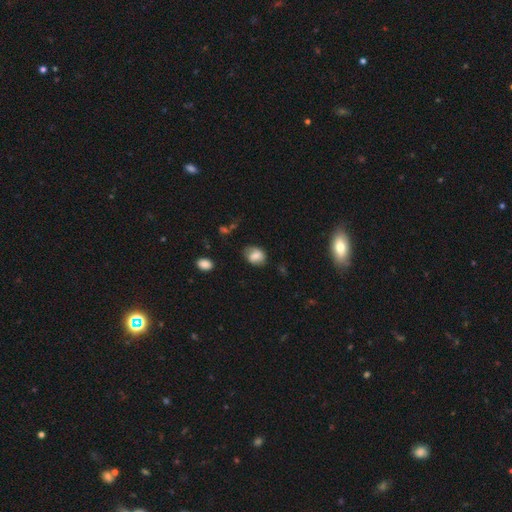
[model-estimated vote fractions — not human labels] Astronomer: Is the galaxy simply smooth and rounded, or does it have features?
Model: smooth — 72%.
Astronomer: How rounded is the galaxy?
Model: in between — 58% (runner-up: round, 41%).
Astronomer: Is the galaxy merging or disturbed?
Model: none — 67%.